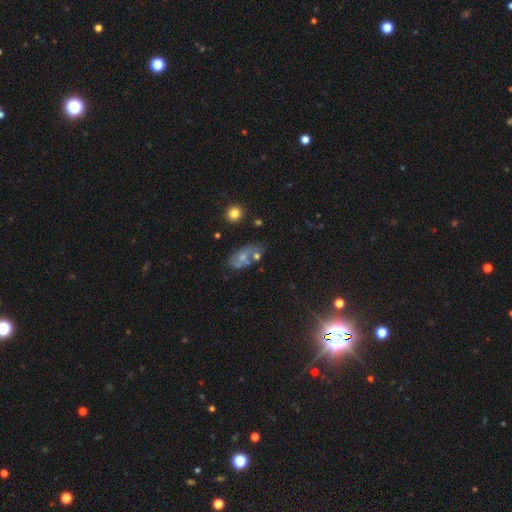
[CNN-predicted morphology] Smooth or featured? Predicted: featured or disk (p=0.41). Merging? Predicted: none (p=0.48).